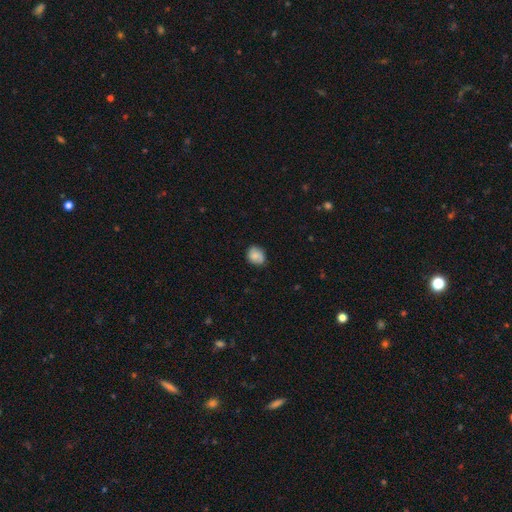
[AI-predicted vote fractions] This appears to be a smooth galaxy with no disk features (77%) that is round (62%). Merging: none (74%).